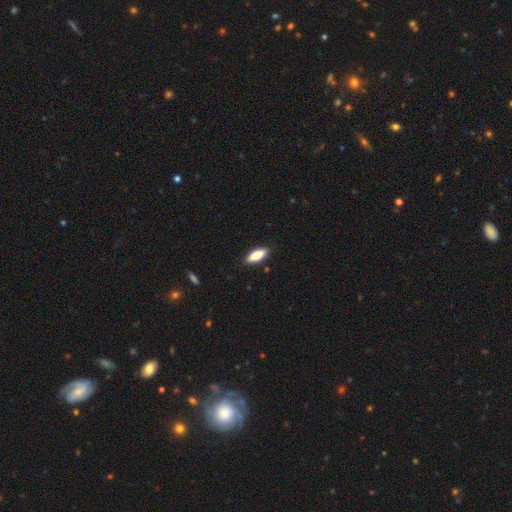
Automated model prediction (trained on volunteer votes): smooth 83%, featured or disk 11%, star or artifact 6%. Down the decision tree: how rounded — in between (71%); merging — none (88%).